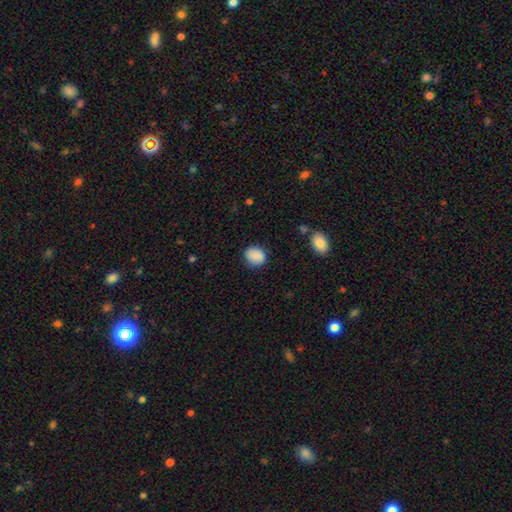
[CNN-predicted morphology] Smooth or featured? smooth (87%)
How rounded? round (70%)
Merging? none (81%)